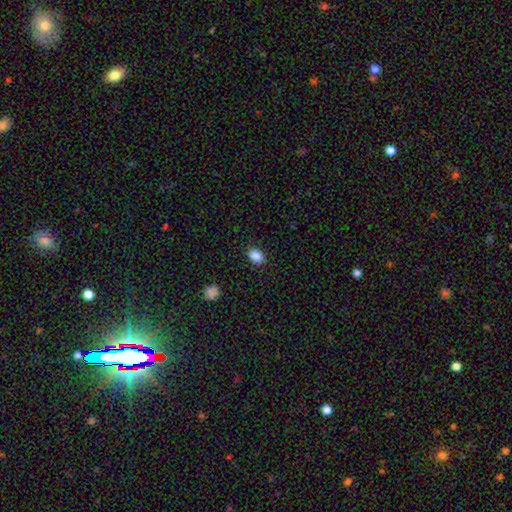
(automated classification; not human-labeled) Overall: smooth (87%). How rounded: in between (79%). Merging: none (88%).